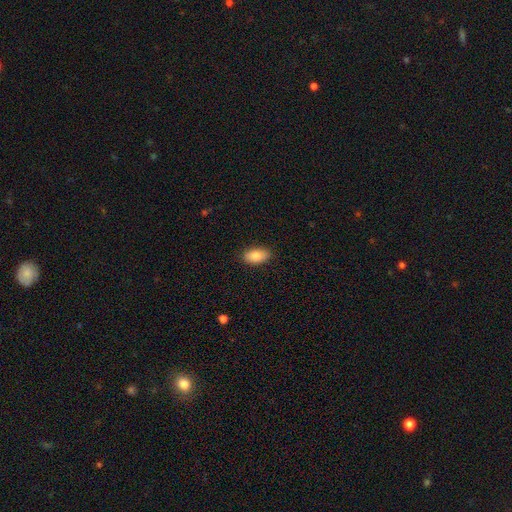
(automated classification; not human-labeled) smooth-or-featured: smooth: 84% | featured or disk: 9% | star or artifact: 7%
  how-rounded: in between: 93% | round: 4% | cigar-shaped: 3%
  merging: none: 88% | minor disturbance: 9% | major disturbance: 2% | merger: 1%